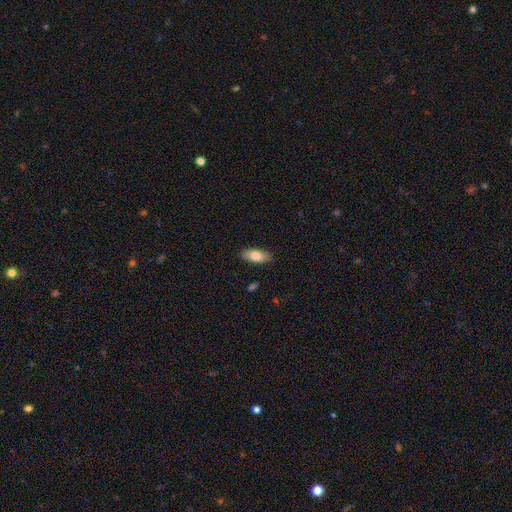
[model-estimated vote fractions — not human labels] This is clearly a smooth galaxy (82%). How rounded: clearly in between (85%). Merging: clearly none (86%).